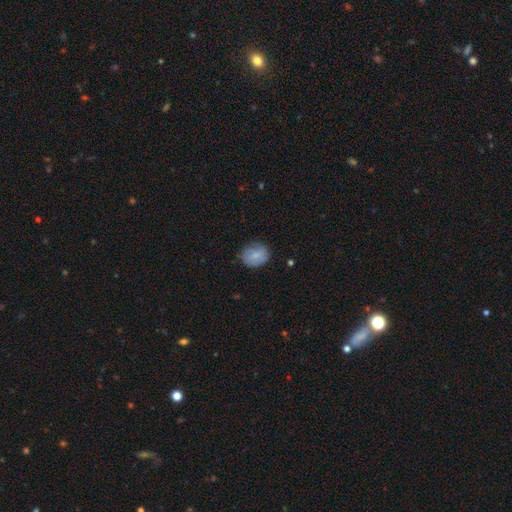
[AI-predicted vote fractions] This appears to be a smooth galaxy with no disk features (80%) that is round (55%). Merging: none (76%).